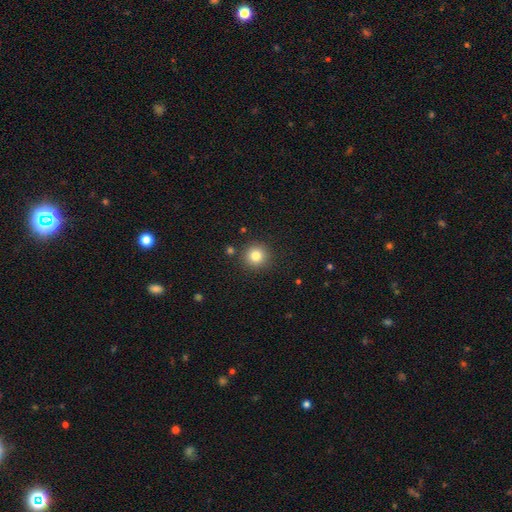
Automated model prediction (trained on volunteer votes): smooth 82%, star or artifact 12%, featured or disk 7%. Down the decision tree: how rounded — round (94%); merging — none (88%).